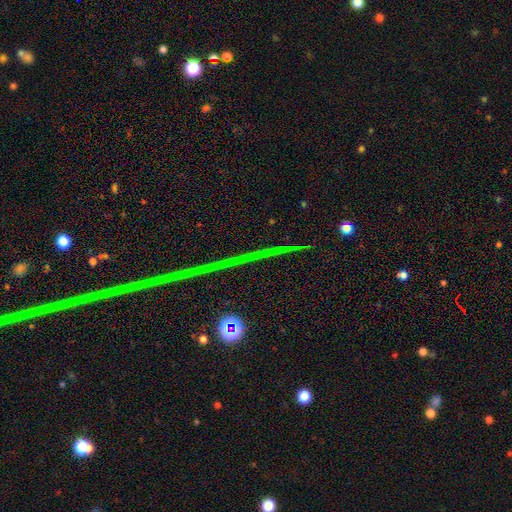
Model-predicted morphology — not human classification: A star or artifact, not a galaxy (86%).